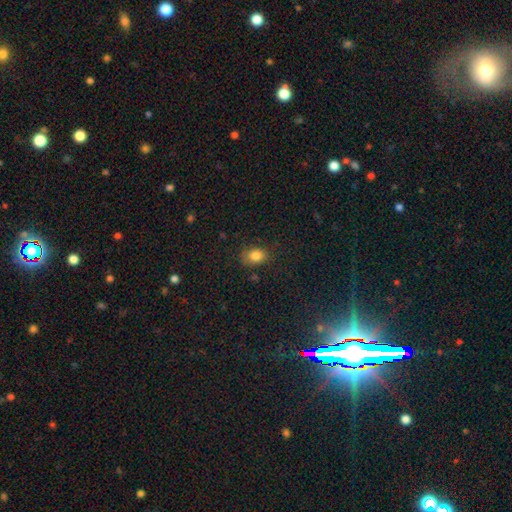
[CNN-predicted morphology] This is clearly a smooth galaxy (84%). How rounded: likely in between (71%). Merging: likely none (75%).